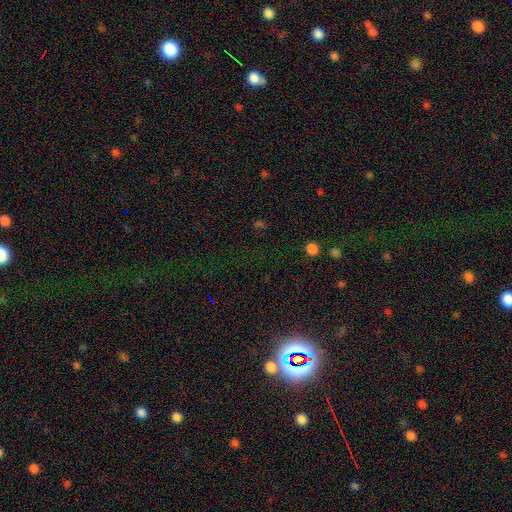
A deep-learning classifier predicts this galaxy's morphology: Overall: star or artifact (77%).